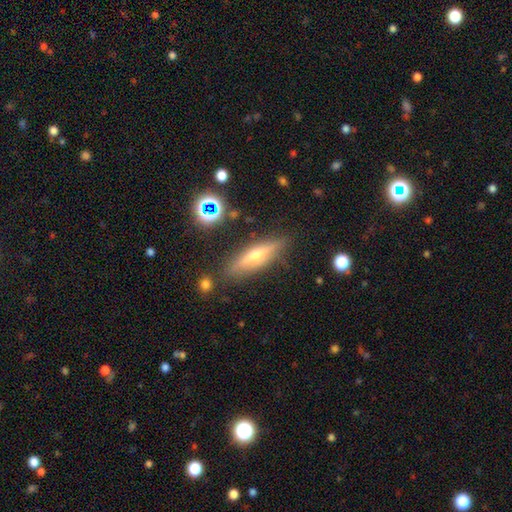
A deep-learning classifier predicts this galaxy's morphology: Overall: featured or disk (59%; smooth 32%). Edge-on disk: yes (93%). Edge-on bulge: rounded (85%). Merging: none (84%).